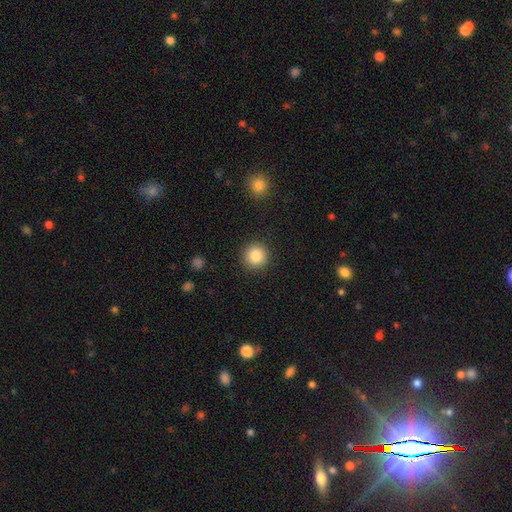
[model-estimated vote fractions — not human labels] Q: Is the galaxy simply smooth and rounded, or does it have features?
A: smooth — 85%.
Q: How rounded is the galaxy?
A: round — 94%.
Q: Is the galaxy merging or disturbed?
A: none — 91%.